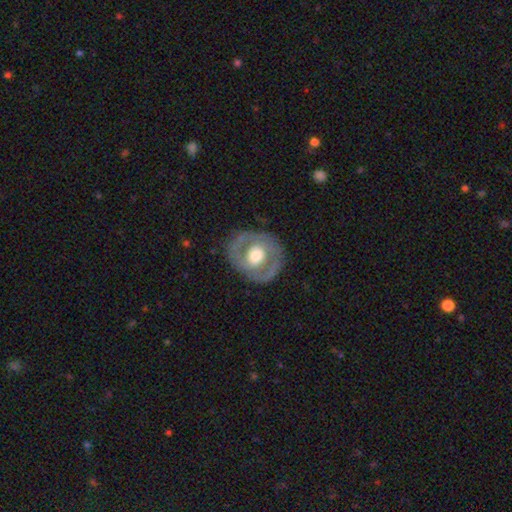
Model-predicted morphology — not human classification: type=featured or disk (66%); edge-on=no (96%); bar=no (74%); spiral arms=no (52%); bulge=moderate (50%); merging=none (78%).